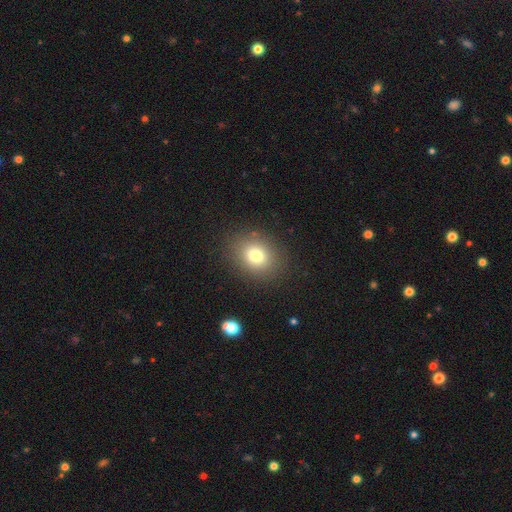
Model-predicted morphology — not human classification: This is likely a smooth galaxy (76%). How rounded: possibly round (57%). Merging: clearly none (86%).